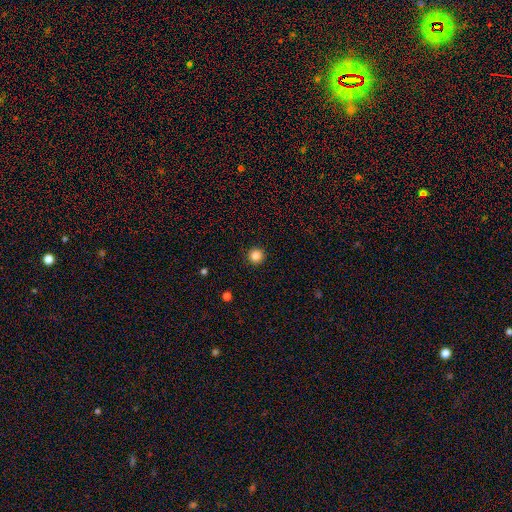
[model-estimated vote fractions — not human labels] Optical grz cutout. It shows a smooth galaxy with no disk features (85%) that is round (96%). Merging: none (93%).